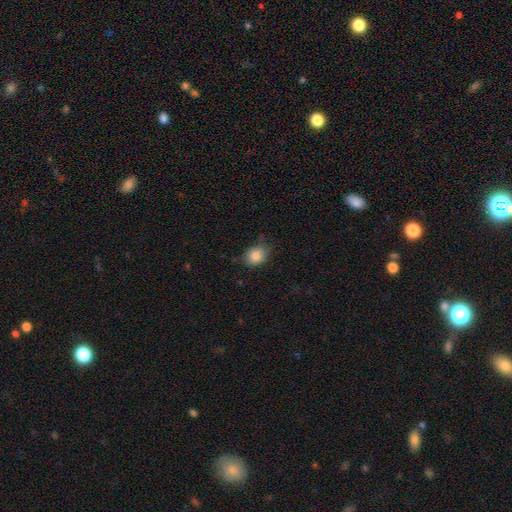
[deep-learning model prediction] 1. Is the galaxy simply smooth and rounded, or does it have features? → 85% smooth, 9% star or artifact, 6% featured or disk.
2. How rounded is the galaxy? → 55% in between, 44% round, 1% cigar-shaped.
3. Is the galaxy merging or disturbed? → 70% none, 23% minor disturbance, 5% major disturbance, 2% merger.